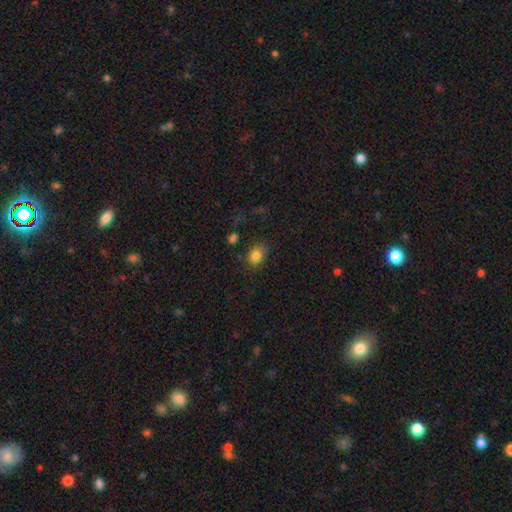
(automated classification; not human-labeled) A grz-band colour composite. It shows a smooth galaxy with no disk features (83%) that is in between round and cigar-shaped (59%). Merging: none (76%).